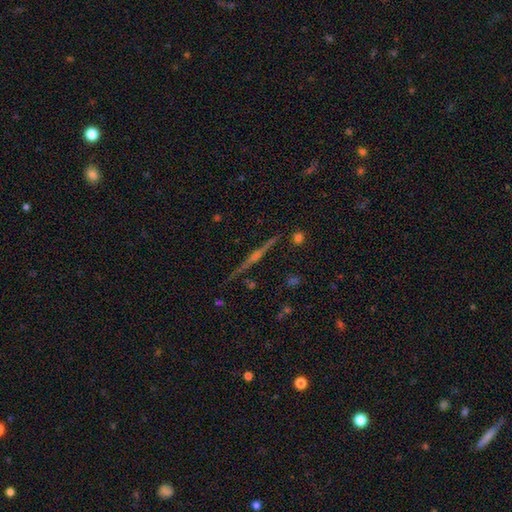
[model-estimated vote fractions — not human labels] A featured or disk galaxy (81%) viewed edge-on (98%) with a rounded central bulge (76%). Merging: none (91%).